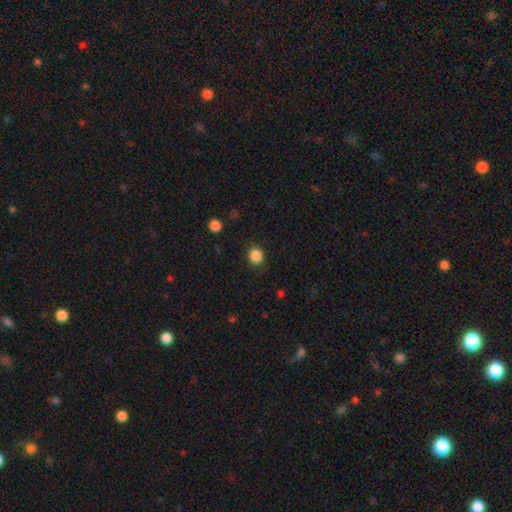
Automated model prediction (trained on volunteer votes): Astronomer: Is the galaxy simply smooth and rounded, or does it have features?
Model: smooth — 86%.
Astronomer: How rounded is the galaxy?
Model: round — 87%.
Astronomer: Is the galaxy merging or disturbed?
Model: none — 88%.